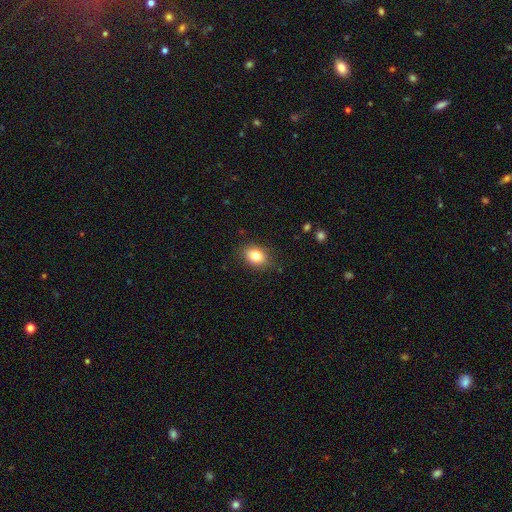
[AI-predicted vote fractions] smooth-or-featured: smooth: 81% | featured or disk: 9% | star or artifact: 9%
  how-rounded: in between: 71% | round: 28% | cigar-shaped: 1%
  merging: none: 84% | minor disturbance: 12% | major disturbance: 3% | merger: 1%